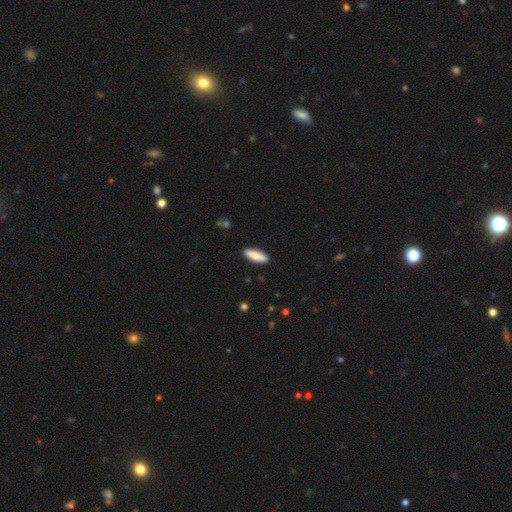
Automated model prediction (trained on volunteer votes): A smooth galaxy with no disk features (86%) that is cigar-shaped (56%). Merging: none (90%).